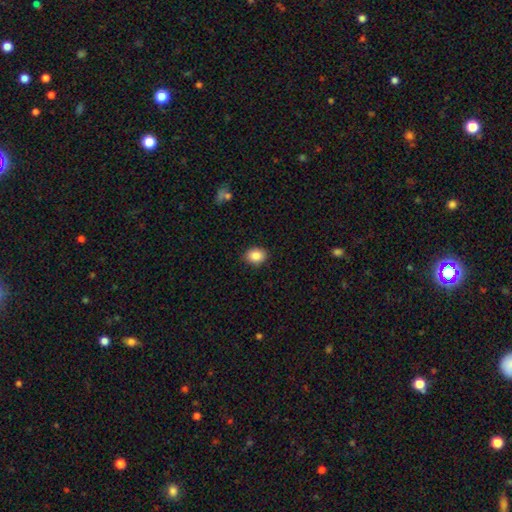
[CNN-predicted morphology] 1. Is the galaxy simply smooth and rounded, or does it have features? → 87% smooth, 8% star or artifact, 5% featured or disk.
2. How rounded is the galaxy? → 58% in between, 41% round, 1% cigar-shaped.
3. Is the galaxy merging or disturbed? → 89% none, 8% minor disturbance, 2% major disturbance, 1% merger.